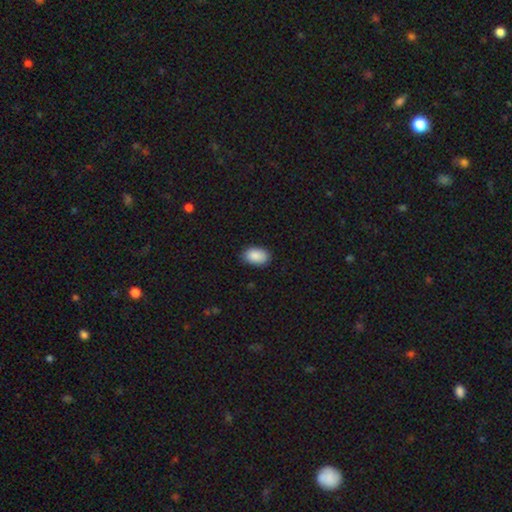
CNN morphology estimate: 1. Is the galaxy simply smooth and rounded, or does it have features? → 90% smooth, 7% star or artifact, 3% featured or disk.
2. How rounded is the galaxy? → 90% in between, 9% round, 1% cigar-shaped.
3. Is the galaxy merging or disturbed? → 86% none, 11% minor disturbance, 2% major disturbance, 1% merger.